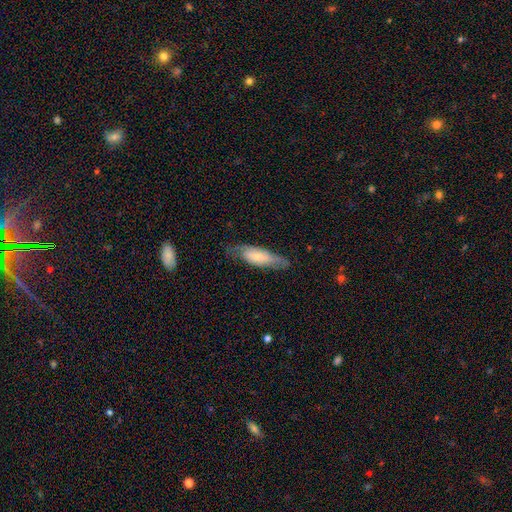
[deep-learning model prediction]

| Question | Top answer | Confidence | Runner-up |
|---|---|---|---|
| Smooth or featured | smooth | 50% | featured or disk (43%) |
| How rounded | cigar-shaped | 54% | in between (44%) |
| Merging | none | 70% | minor disturbance (22%) |